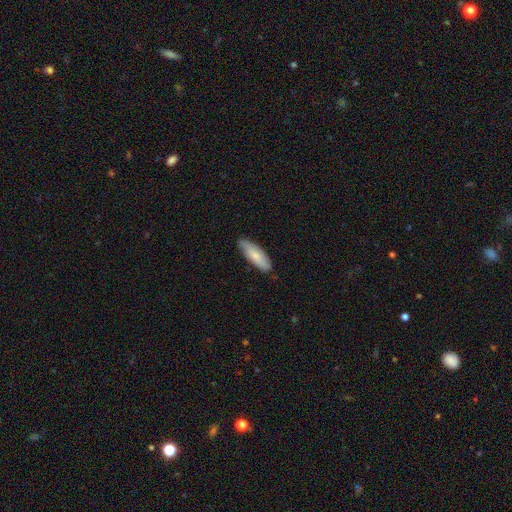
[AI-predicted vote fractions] smooth 78%, featured or disk 17%, star or artifact 5%. Down the decision tree: how rounded — in between (51%); merging — none (84%).